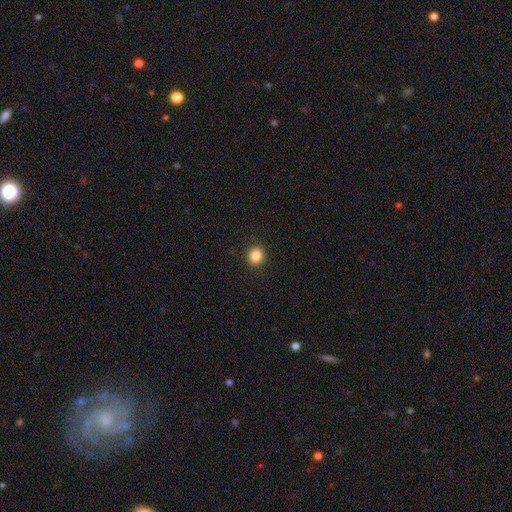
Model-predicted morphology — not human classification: smooth 86%, star or artifact 10%, featured or disk 4%. Down the decision tree: how rounded — round (77%); merging — none (90%).